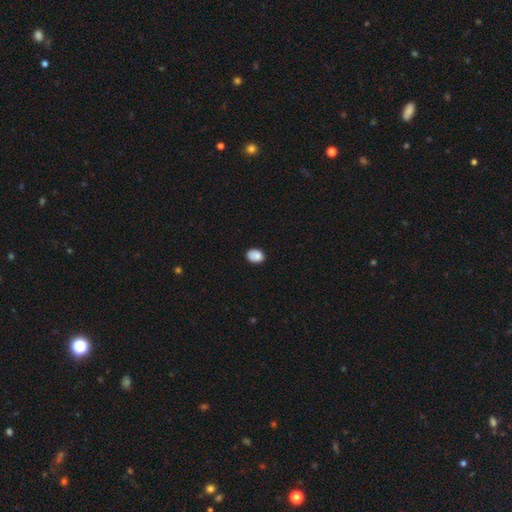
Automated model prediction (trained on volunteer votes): Smooth or featured: smooth — 86% (star or artifact — 8%)
How rounded: in between — 66% (round — 34%)
Merging: none — 78% (minor disturbance — 17%)